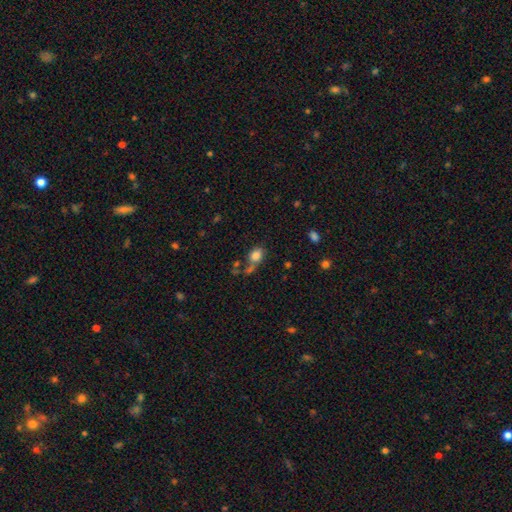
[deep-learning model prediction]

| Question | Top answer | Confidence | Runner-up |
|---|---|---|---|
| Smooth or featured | smooth | 82% | star or artifact (11%) |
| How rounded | in between | 53% | round (46%) |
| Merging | none | 47% | merger (24%) |